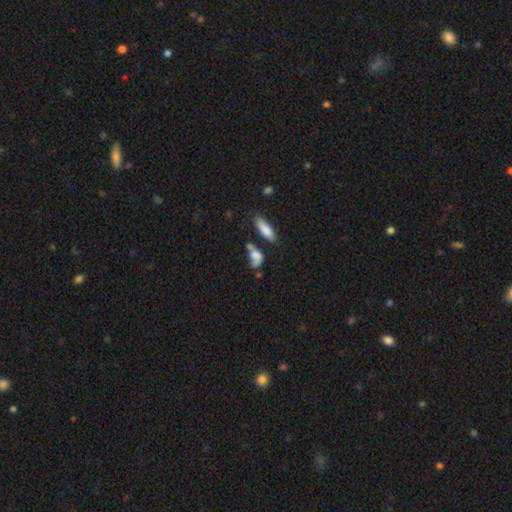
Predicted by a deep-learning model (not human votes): Smooth or featured: smooth — 73% (featured or disk — 18%)
How rounded: in between — 77% (round — 11%)
Merging: none — 34% (merger — 29%)